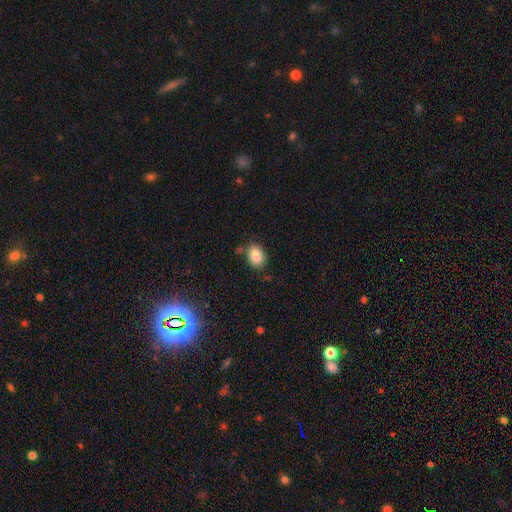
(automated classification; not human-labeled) A smooth galaxy with no disk features (85%) that is in between round and cigar-shaped (76%). Merging: none (77%).